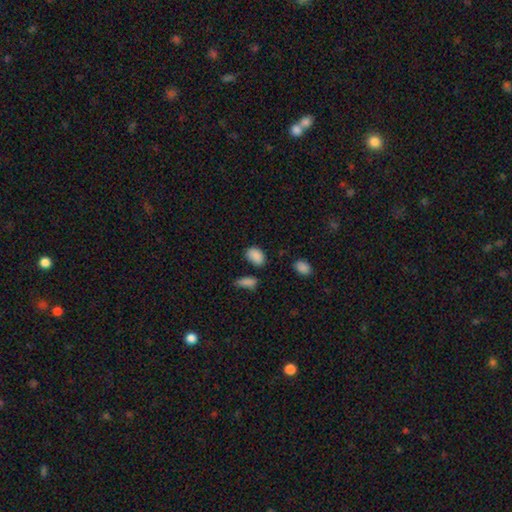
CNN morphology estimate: This is clearly a smooth galaxy (87%). How rounded: clearly in between (88%). Merging: likely none (72%).